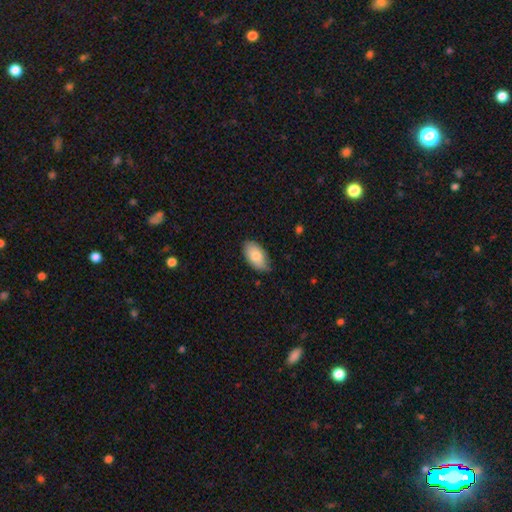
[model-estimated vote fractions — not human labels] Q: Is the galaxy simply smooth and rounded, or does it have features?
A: smooth — 81%.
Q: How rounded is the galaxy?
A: in between — 95%.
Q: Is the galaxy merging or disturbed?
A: none — 74%.